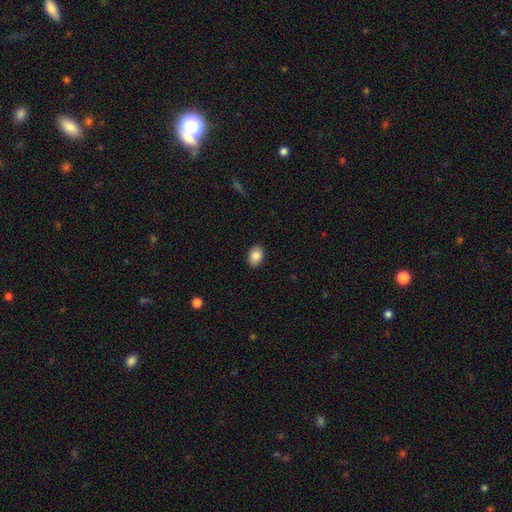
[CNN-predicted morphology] A smooth galaxy with no disk features (87%) that is in between round and cigar-shaped (81%).

Vote fractions:
- Smooth or featured? smooth: 87% / star or artifact: 8% / featured or disk: 5%
- How rounded? in between: 81% / round: 18% / cigar-shaped: 1%
- Merging? none: 90% / minor disturbance: 8% / major disturbance: 2% / merger: 1%